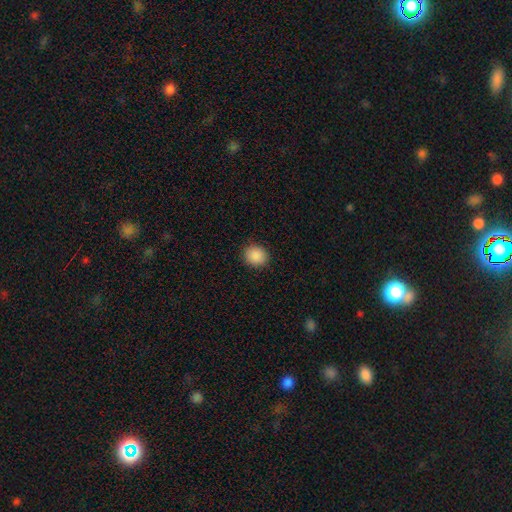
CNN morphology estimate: Smooth or featured? smooth (89%)
How rounded? round (75%)
Merging? none (90%)